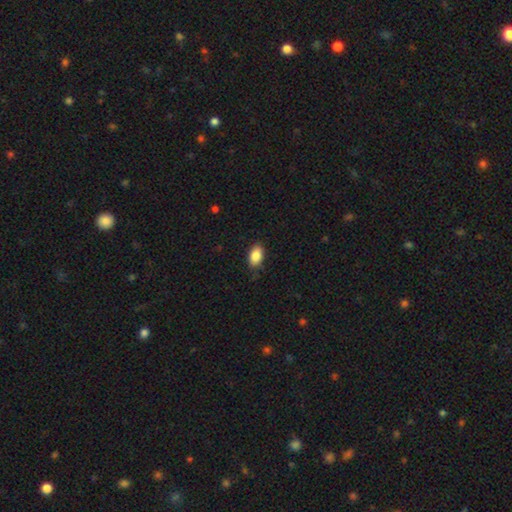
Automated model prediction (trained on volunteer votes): The model was most divided on "merging": none: 84%, minor disturbance: 13%, major disturbance: 2%, merger: 1%. More confident: how rounded — in between (92%); smooth or featured — smooth (87%).